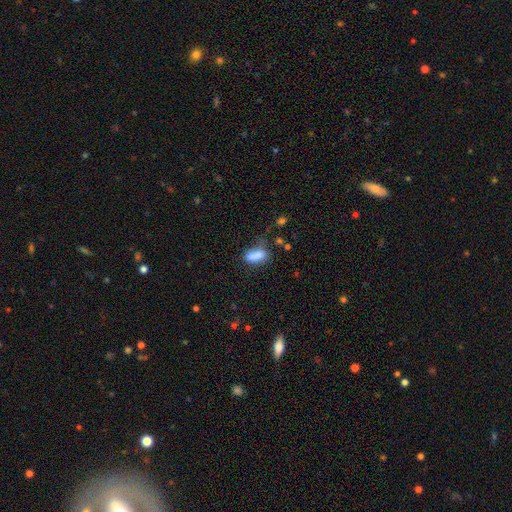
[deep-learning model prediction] This is clearly a smooth galaxy (81%). How rounded: likely in between (73%). Merging: possibly none (51%).